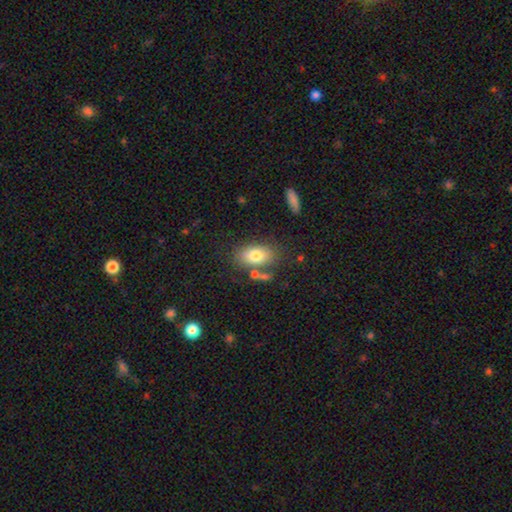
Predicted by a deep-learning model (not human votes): A smooth galaxy with no disk features (76%) that is in between round and cigar-shaped (89%).

Vote fractions:
- Smooth or featured? smooth: 76% / featured or disk: 16% / star or artifact: 8%
- How rounded? in between: 89% / round: 9% / cigar-shaped: 3%
- Merging? none: 68% / minor disturbance: 16% / merger: 11% / major disturbance: 6%